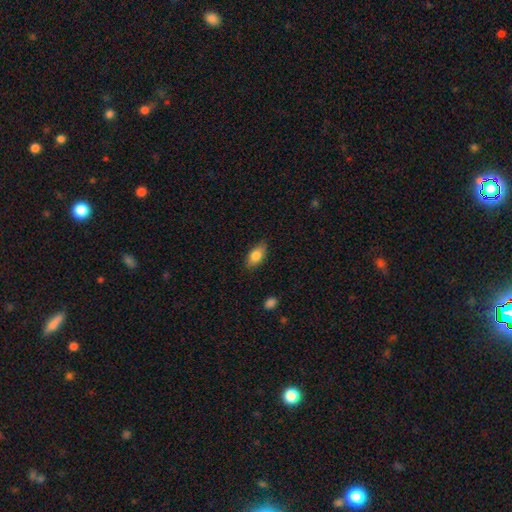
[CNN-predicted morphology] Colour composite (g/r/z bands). It shows a smooth galaxy with no disk features (81%) that is in between round and cigar-shaped (88%). Merging: none (82%).